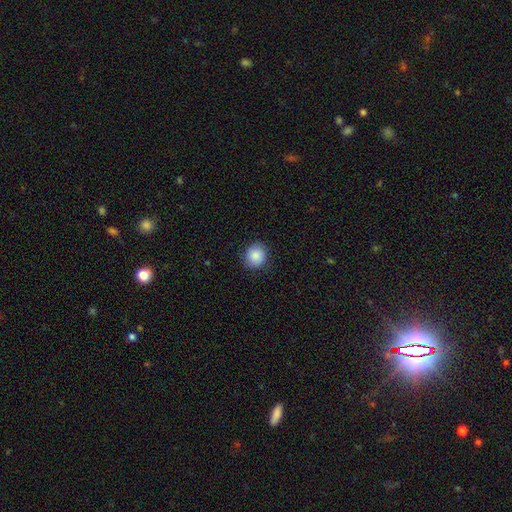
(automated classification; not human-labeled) The model was most divided on "how rounded": round: 80%, in between: 19%, cigar-shaped: 1%. More confident: smooth or featured — smooth (87%); merging — none (86%).